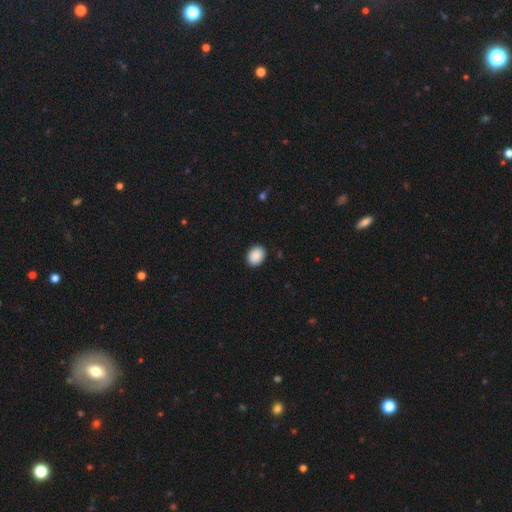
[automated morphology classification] A smooth galaxy with no disk features (90%) that is in between round and cigar-shaped (64%). Merging: none (90%).